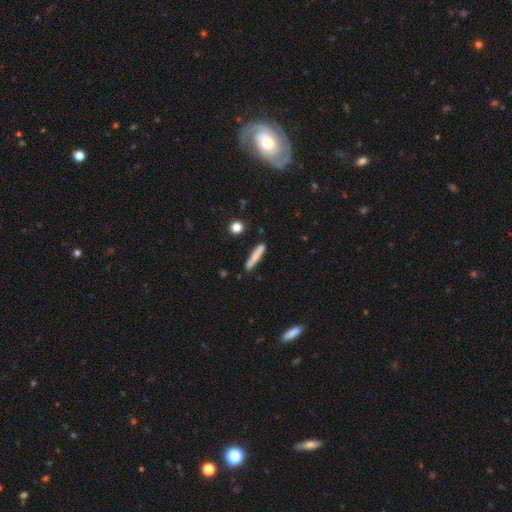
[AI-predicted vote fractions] Smooth or featured: smooth — 78% (featured or disk — 15%)
How rounded: cigar-shaped — 92% (in between — 7%)
Merging: none — 85% (minor disturbance — 10%)